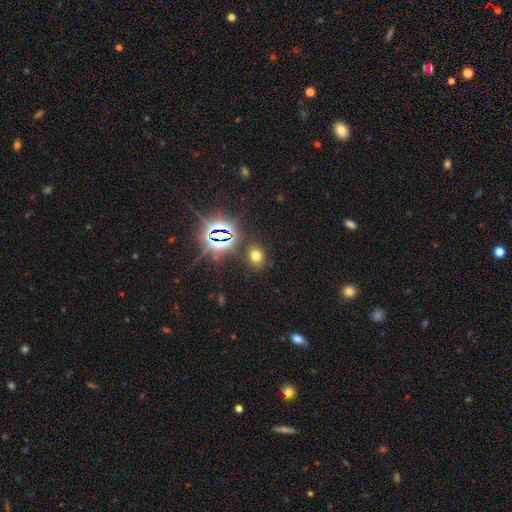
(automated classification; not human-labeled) A smooth galaxy with no disk features (61%) that is round (57%).

Vote fractions:
- Smooth or featured? smooth: 61% / star or artifact: 31% / featured or disk: 8%
- How rounded? round: 57% / in between: 42% / cigar-shaped: 1%
- Merging? none: 84% / minor disturbance: 9% / merger: 4% / major disturbance: 3%